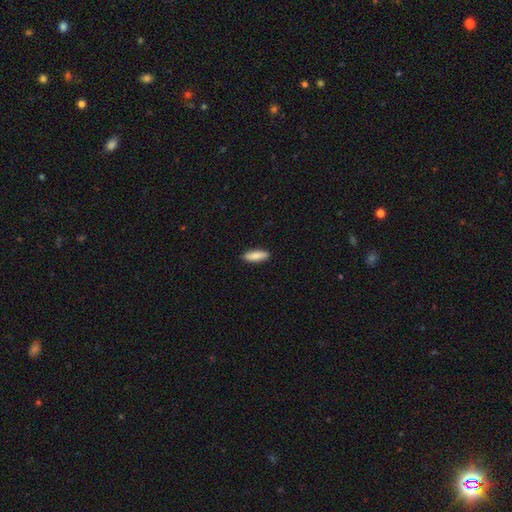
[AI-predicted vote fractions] smooth 86%, featured or disk 8%, star or artifact 6%. Down the decision tree: how rounded — in between (50%); merging — none (89%).